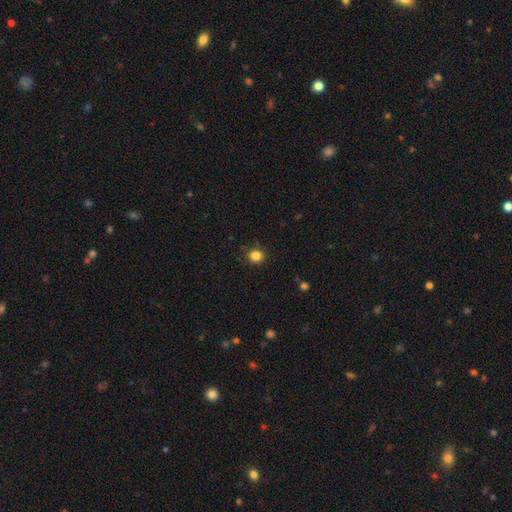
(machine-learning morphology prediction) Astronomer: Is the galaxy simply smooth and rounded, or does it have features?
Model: smooth — 85%.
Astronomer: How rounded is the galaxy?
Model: round — 85%.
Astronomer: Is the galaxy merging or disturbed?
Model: none — 89%.